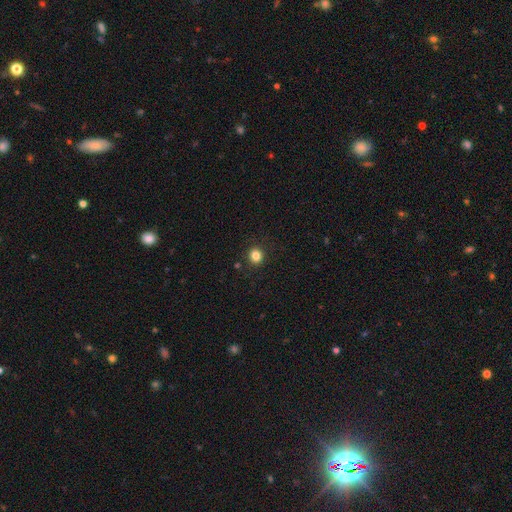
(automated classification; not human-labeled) Smooth or featured: smooth — 83% (star or artifact — 12%)
How rounded: round — 84% (in between — 15%)
Merging: none — 90% (minor disturbance — 6%)